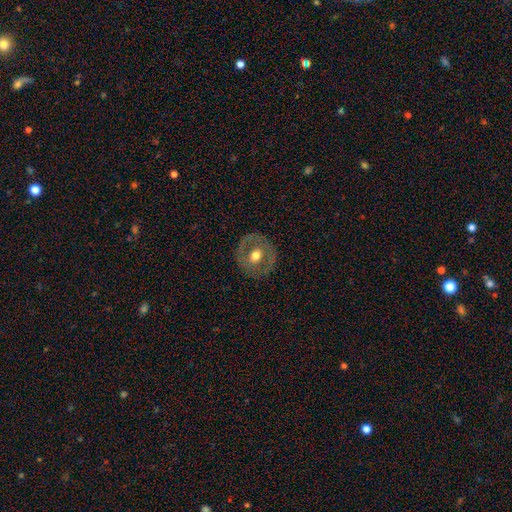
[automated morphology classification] Q: Smooth or featured?
A: featured or disk (51%); runner-up: smooth (42%)
Q: Edge-on disk?
A: no (95%); runner-up: yes (5%)
Q: Merging?
A: none (83%); runner-up: minor disturbance (11%)